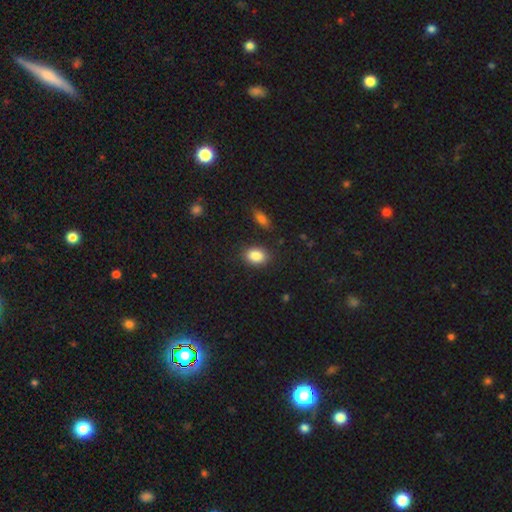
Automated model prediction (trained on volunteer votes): Smooth or featured?
  - smooth: 87% *
  - star or artifact: 8%
  - featured or disk: 5%
How rounded?
  - in between: 73% *
  - round: 26%
  - cigar-shaped: 1%
Merging?
  - none: 85% *
  - minor disturbance: 10%
  - major disturbance: 3%
  - merger: 2%